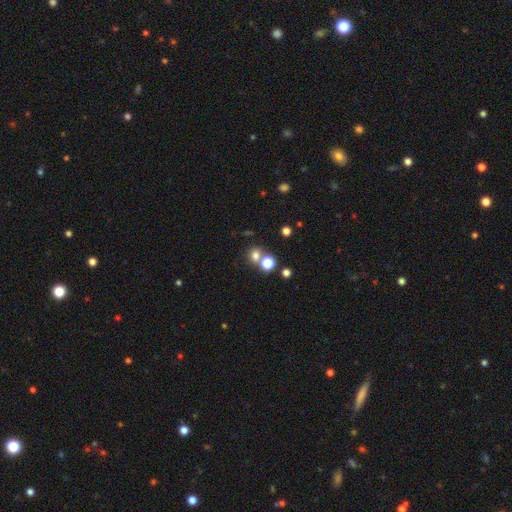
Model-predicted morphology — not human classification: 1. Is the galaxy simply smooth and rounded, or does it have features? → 73% smooth, 18% star or artifact, 9% featured or disk.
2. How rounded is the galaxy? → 81% round, 18% in between, 1% cigar-shaped.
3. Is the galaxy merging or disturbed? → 56% none, 33% merger, 7% minor disturbance, 4% major disturbance.